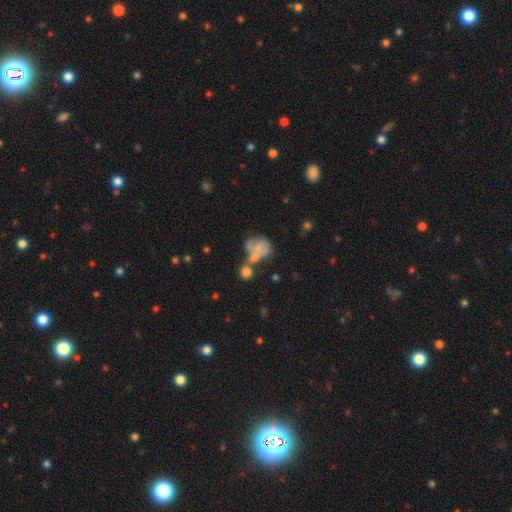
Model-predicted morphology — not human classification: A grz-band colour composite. It shows a featured or disk galaxy (45%). Merging: merger (35%).